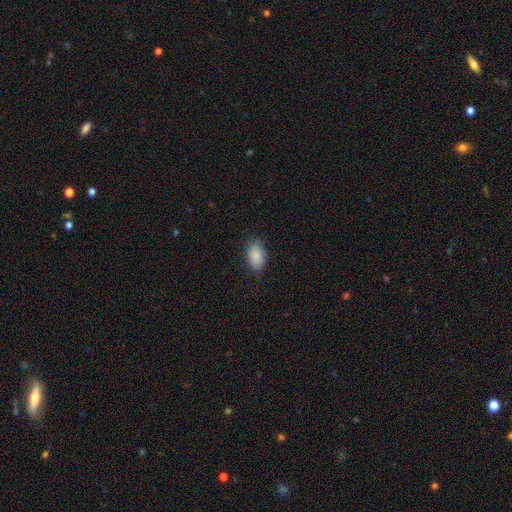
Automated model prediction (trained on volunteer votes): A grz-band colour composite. It shows a smooth galaxy with no disk features (89%) that is in between round and cigar-shaped (93%). Merging: none (81%).